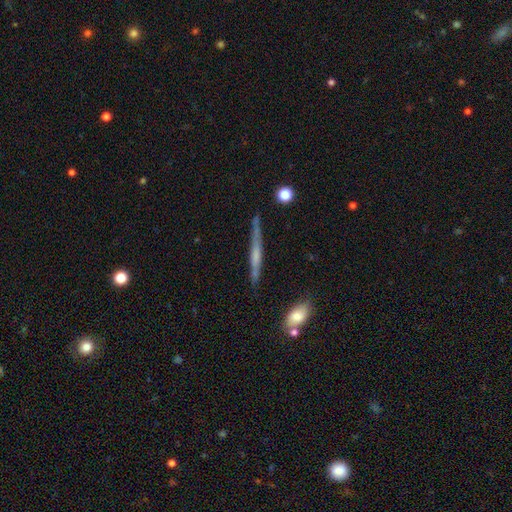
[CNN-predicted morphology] A featured or disk galaxy (56%) viewed edge-on (95%) with no central bulge (61%).

Vote fractions:
- Smooth or featured? featured or disk: 56% / smooth: 36% / star or artifact: 7%
- Edge-on disk? yes: 95% / no: 5%
- Edge-on bulge? none: 61% / rounded: 25% / boxy: 14%
- Merging? none: 81% / minor disturbance: 14% / major disturbance: 3% / merger: 2%